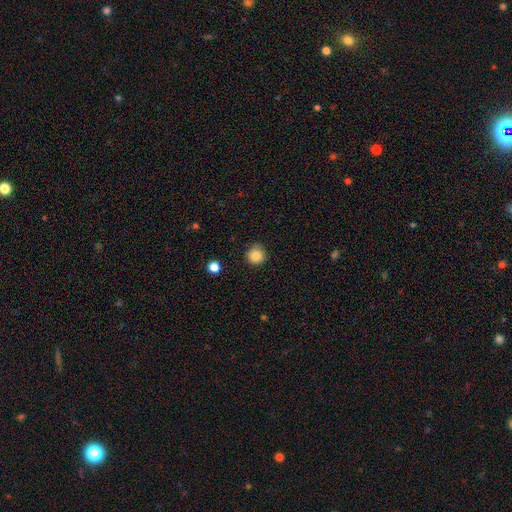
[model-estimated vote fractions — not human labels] Q: Smooth or featured?
A: smooth (86%); runner-up: star or artifact (11%)
Q: How rounded?
A: round (94%); runner-up: in between (5%)
Q: Merging?
A: none (84%); runner-up: minor disturbance (12%)